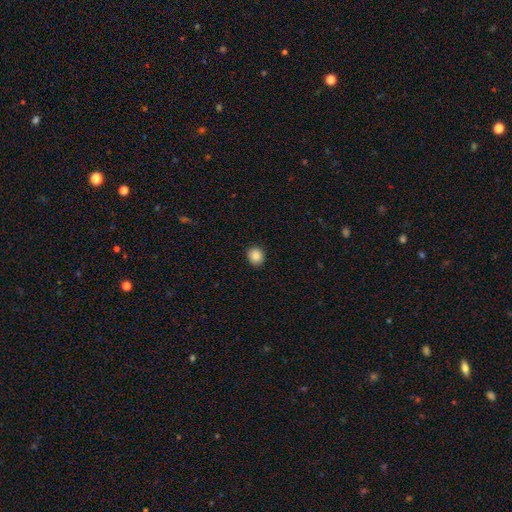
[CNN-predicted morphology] Smooth or featured?
  - smooth: 87% *
  - star or artifact: 9%
  - featured or disk: 3%
How rounded?
  - round: 81% *
  - in between: 18%
  - cigar-shaped: 1%
Merging?
  - none: 91% *
  - minor disturbance: 6%
  - major disturbance: 2%
  - merger: 1%